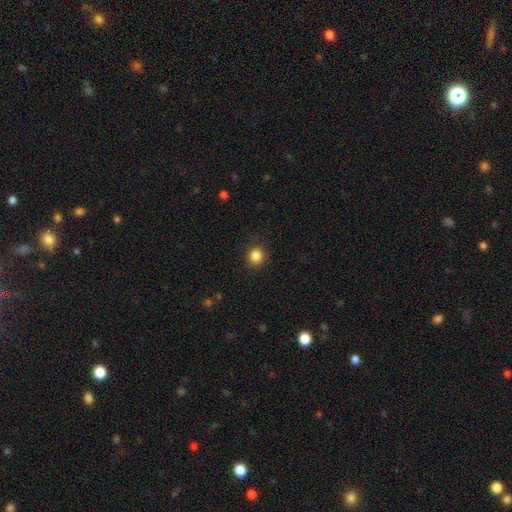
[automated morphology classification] Overall: smooth (86%). How rounded: round (83%). Merging: none (89%).